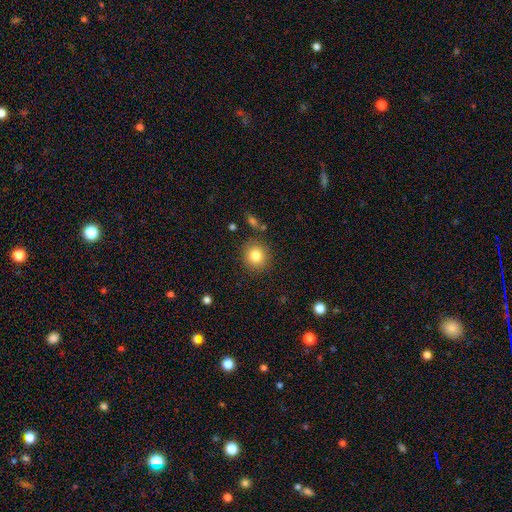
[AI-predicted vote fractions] smooth_or_featured: smooth (p=0.82) [alt: star or artifact p=0.10]
how_rounded: round (p=0.87) [alt: in between p=0.12]
merging: none (p=0.86) [alt: minor disturbance p=0.08]